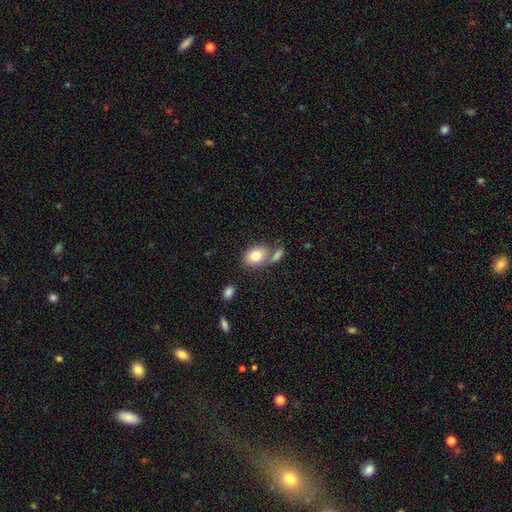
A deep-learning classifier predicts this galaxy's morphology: A smooth galaxy with no disk features (80%) that is in between round and cigar-shaped (68%). Merging: none (53%).